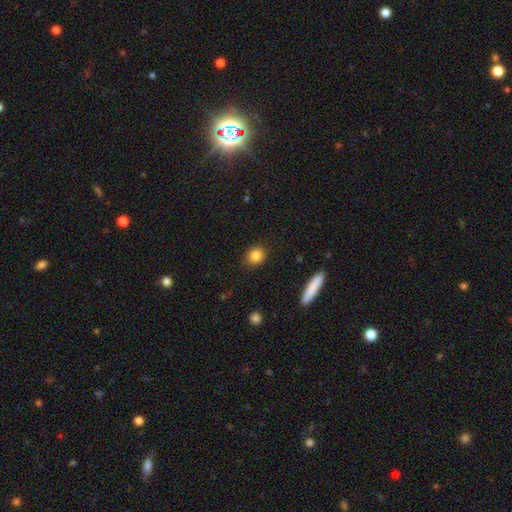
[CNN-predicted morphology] Q: Smooth or featured?
A: smooth (84%); runner-up: star or artifact (10%)
Q: How rounded?
A: round (80%); runner-up: in between (18%)
Q: Merging?
A: none (89%); runner-up: minor disturbance (7%)